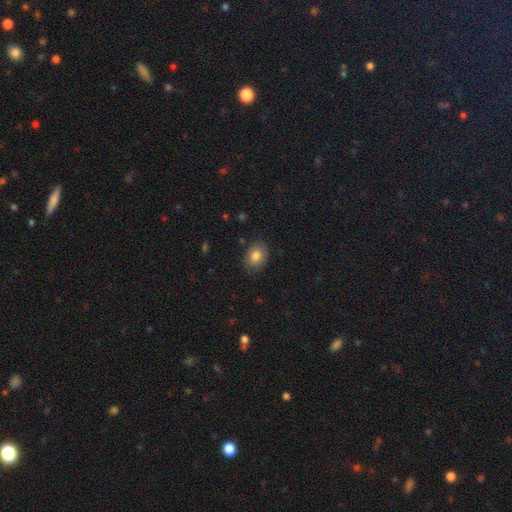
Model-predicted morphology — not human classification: The model was most divided on "how rounded": in between: 64%, round: 35%, cigar-shaped: 1%. More confident: merging — none (81%); smooth or featured — smooth (80%).